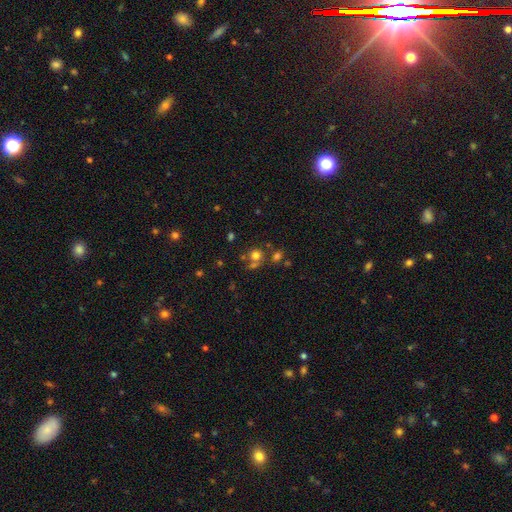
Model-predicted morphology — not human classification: The model was most divided on "merging": none: 56%, merger: 26%, minor disturbance: 11%, major disturbance: 7%. More confident: how rounded — round (86%); smooth or featured — smooth (69%).